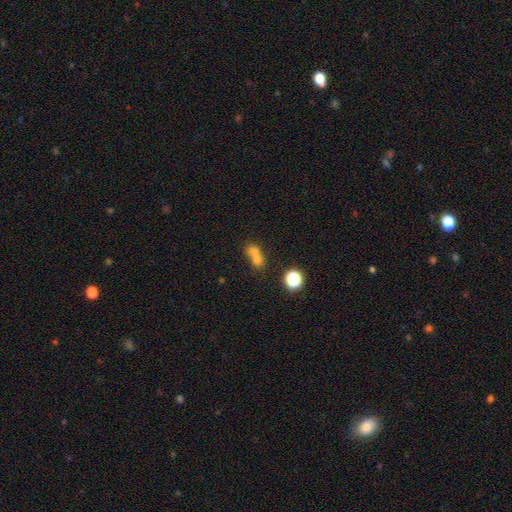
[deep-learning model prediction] Smooth or featured? Predicted: smooth (p=0.65). How rounded? Predicted: round (p=0.62). Merging? Predicted: merger (p=0.65).